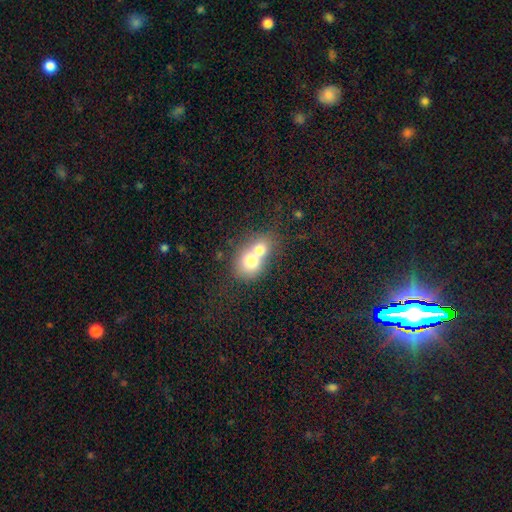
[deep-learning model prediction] Overall: smooth (68%). How rounded: round (59%; in between 40%). Merging: merger (73%).